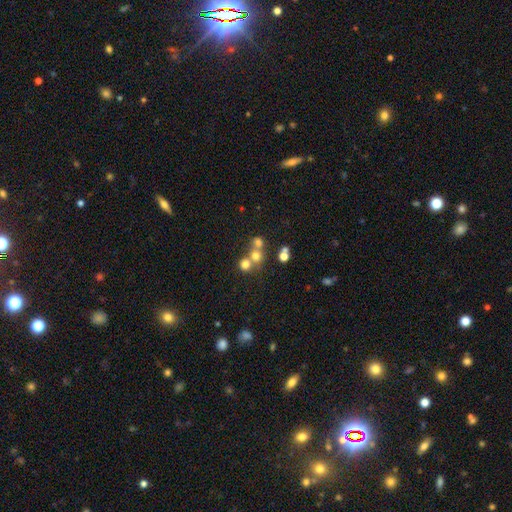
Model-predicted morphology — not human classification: type=smooth (66%); roundness=round (86%); merging=merger (46%).